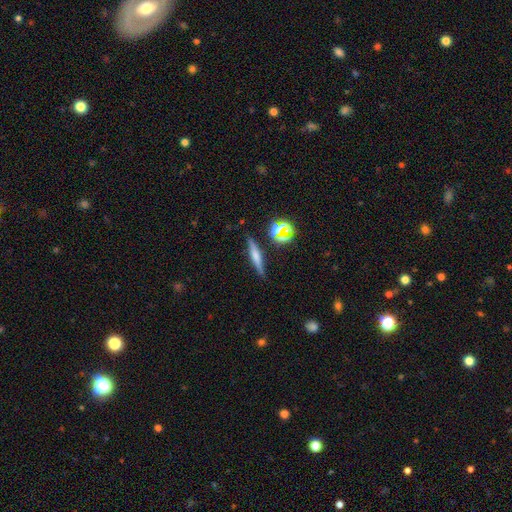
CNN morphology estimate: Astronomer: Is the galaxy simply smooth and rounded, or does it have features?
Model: smooth — 46% (runner-up: featured or disk, 39%).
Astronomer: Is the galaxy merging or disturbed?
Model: none — 83%.